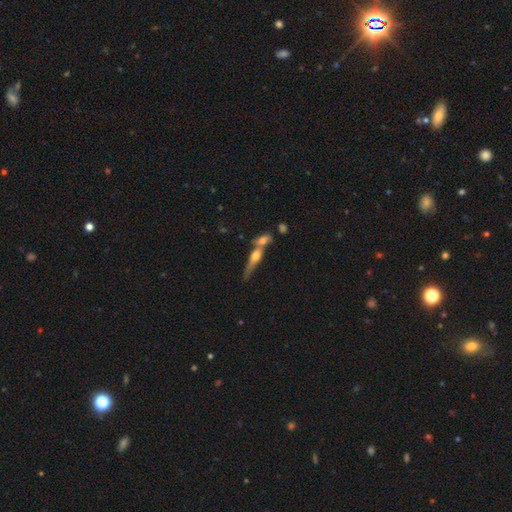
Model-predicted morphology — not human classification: Q: Smooth or featured?
A: featured or disk (49%); runner-up: smooth (41%)
Q: Merging?
A: merger (51%); runner-up: none (30%)